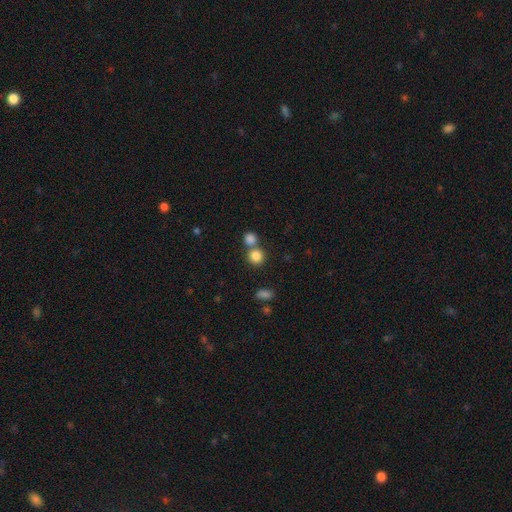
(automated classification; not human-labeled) smooth_or_featured: smooth (p=0.84) [alt: star or artifact p=0.11]
how_rounded: round (p=0.88) [alt: in between p=0.11]
merging: none (p=0.58) [alt: merger p=0.32]